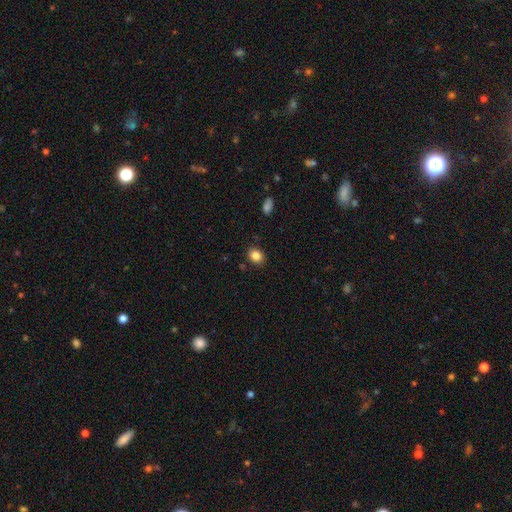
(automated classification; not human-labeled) This is clearly a smooth galaxy (86%). How rounded: possibly in between (52%). Merging: clearly none (86%).